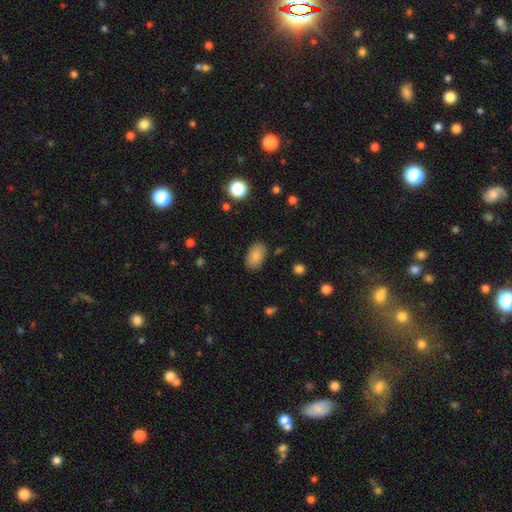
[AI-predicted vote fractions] Smooth or featured: smooth — 85% (star or artifact — 8%)
How rounded: in between — 93% (round — 6%)
Merging: none — 86% (minor disturbance — 10%)